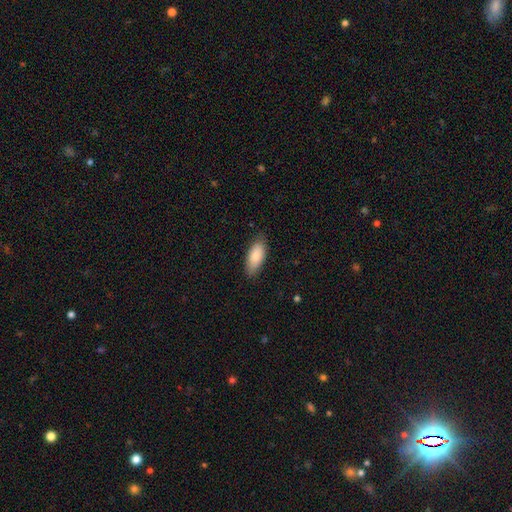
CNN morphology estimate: smooth_or_featured: smooth (p=0.87) [alt: featured or disk p=0.08]
how_rounded: in between (p=0.84) [alt: cigar-shaped p=0.15]
merging: none (p=0.82) [alt: minor disturbance p=0.15]